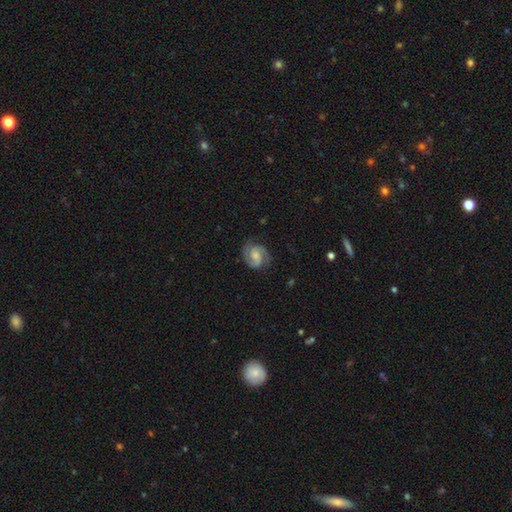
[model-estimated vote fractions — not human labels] smooth-or-featured: featured or disk: 84% | smooth: 11% | star or artifact: 6%
  disk-edge-on: no: 98% | yes: 2%
    bar: no: 45% | weak: 44% | strong: 11%
    has-spiral-arms: yes: 97% | no: 3%
      spiral-winding: medium: 50% | tight: 38% | loose: 12%
      spiral-arm-count: 2: 90% | can't tell: 3% | 3: 3% | 1: 2% | 4: 1% | more than 4: 1%
    bulge-size: moderate: 45% | small: 37% | none: 11% | large: 6% | dominant: 1%
  merging: none: 79% | minor disturbance: 15% | major disturbance: 5% | merger: 1%